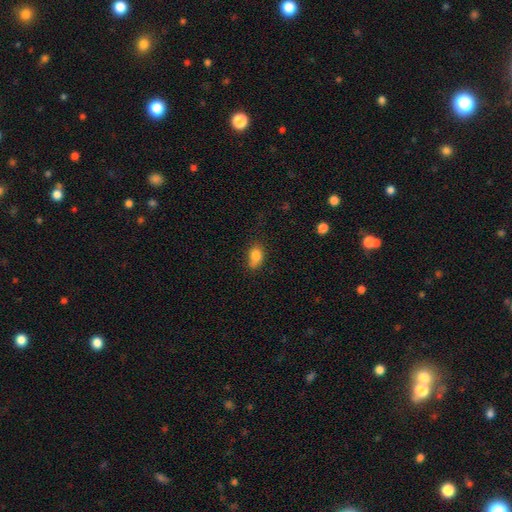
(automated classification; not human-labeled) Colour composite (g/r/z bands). It shows a smooth galaxy with no disk features (83%) that is in between round and cigar-shaped (74%). Merging: none (57%).